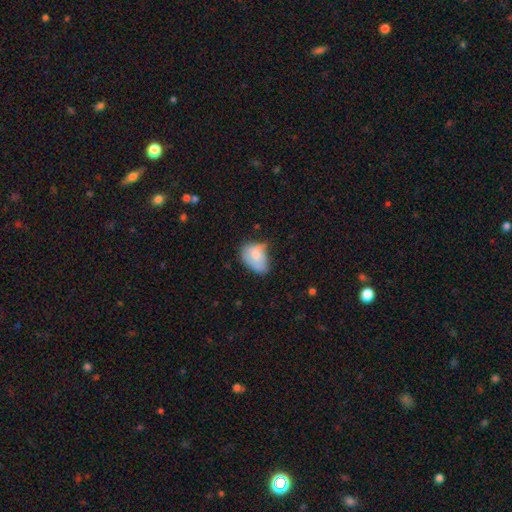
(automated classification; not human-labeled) This appears to be a smooth galaxy with no disk features (72%) that is in between round and cigar-shaped (80%). Merging: minor disturbance (44%).